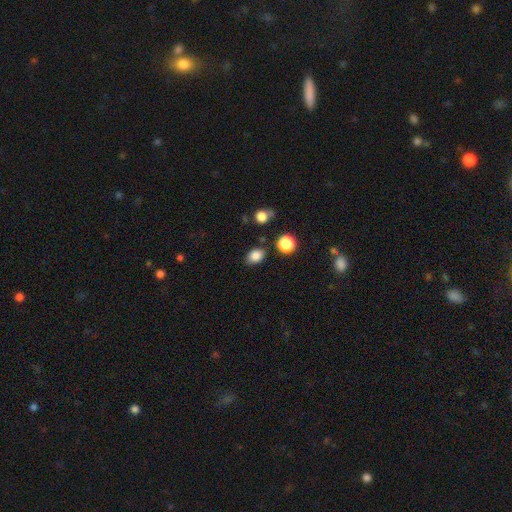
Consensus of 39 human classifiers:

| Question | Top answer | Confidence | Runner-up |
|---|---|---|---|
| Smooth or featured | smooth | 95% | featured or disk (3%) |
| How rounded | in between | 70% | round (30%) |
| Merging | none | 53% | minor disturbance (37%) |